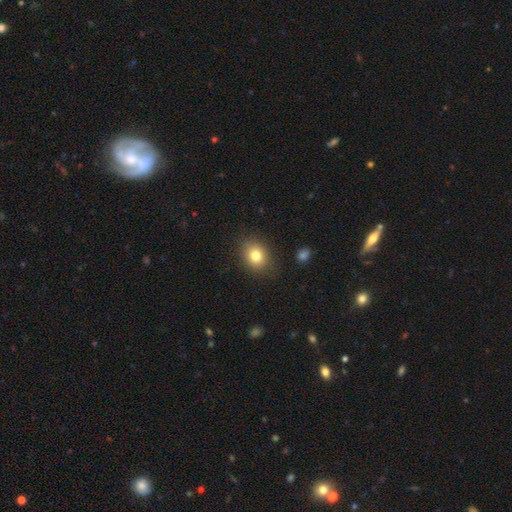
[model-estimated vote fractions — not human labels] This is likely a smooth galaxy (80%). How rounded: possibly round (51%). Merging: clearly none (85%).